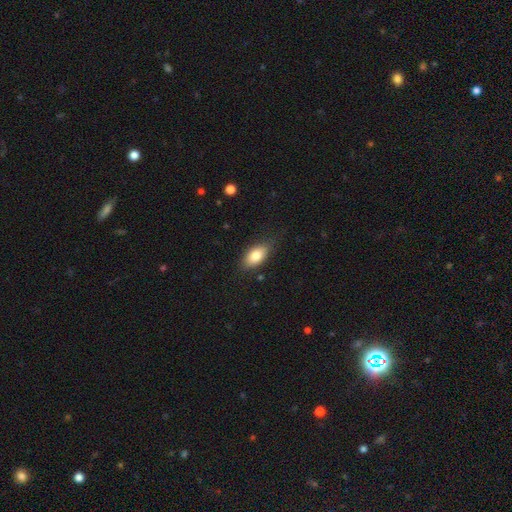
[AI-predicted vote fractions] smooth-or-featured: smooth: 80% | featured or disk: 13% | star or artifact: 7%
  how-rounded: in between: 90% | cigar-shaped: 5% | round: 5%
  merging: none: 78% | minor disturbance: 17% | major disturbance: 4% | merger: 1%